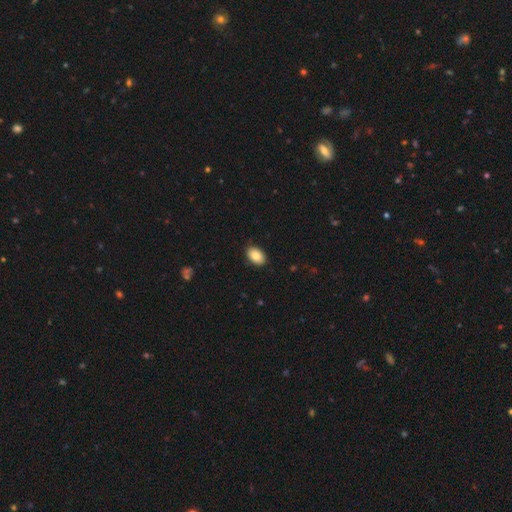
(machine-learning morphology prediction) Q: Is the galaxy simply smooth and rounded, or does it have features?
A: smooth — 85%.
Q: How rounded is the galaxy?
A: in between — 88%.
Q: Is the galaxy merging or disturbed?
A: none — 89%.